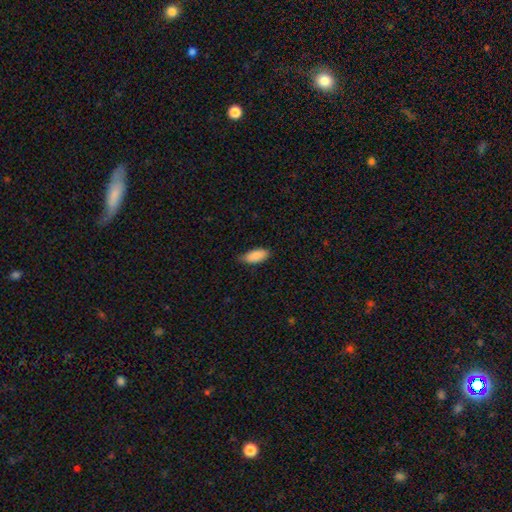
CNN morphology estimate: Smooth or featured? smooth (89%)
How rounded? in between (86%)
Merging? none (78%)